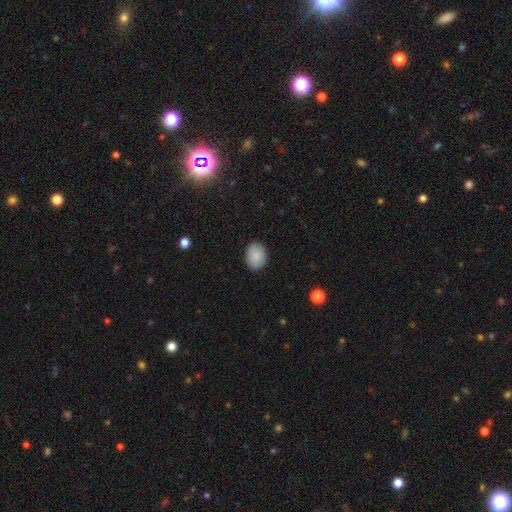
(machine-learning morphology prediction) Smooth or featured? smooth (87%)
How rounded? in between (70%)
Merging? none (88%)